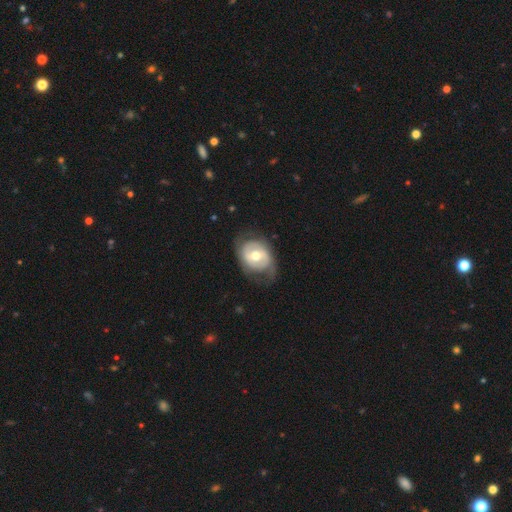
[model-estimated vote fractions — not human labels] Overall: featured or disk (64%; smooth 31%). Edge-on disk: no (96%). Bar: no (45%; weak 37%). Spiral arms: yes (61%; no 39%). Bulge size: moderate (75%). Merging: none (58%; minor disturbance 24%).